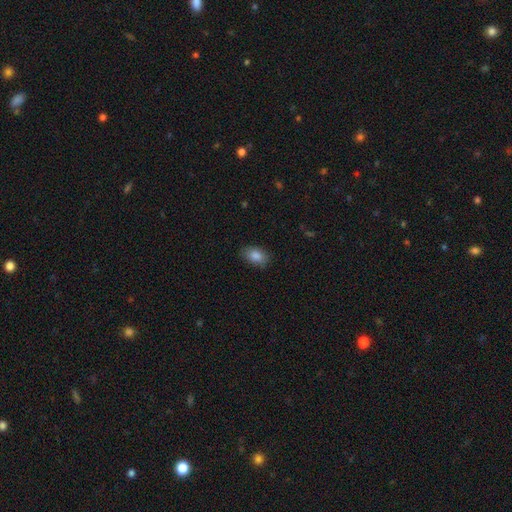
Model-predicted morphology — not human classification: smooth_or_featured: smooth (p=0.86) [alt: star or artifact p=0.08]
how_rounded: in between (p=0.89) [alt: round p=0.10]
merging: none (p=0.84) [alt: minor disturbance p=0.12]